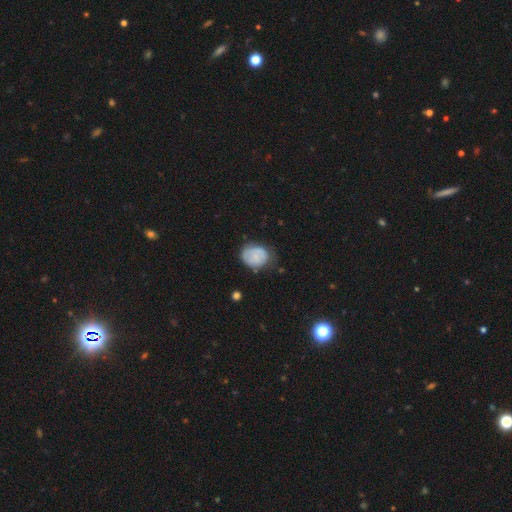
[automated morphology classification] smooth_or_featured: smooth (p=0.65) [alt: featured or disk p=0.27]
how_rounded: round (p=0.54) [alt: in between p=0.45]
merging: none (p=0.58) [alt: minor disturbance p=0.30]